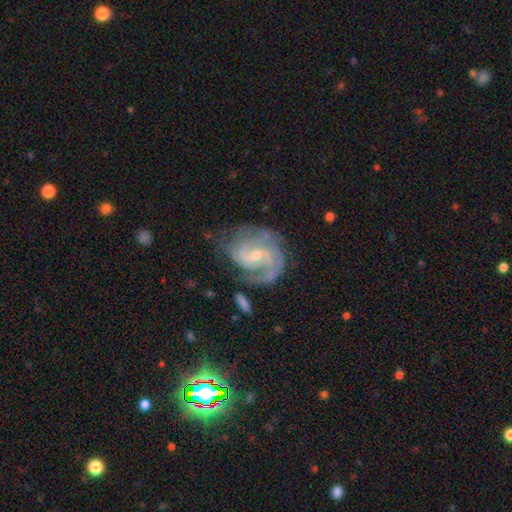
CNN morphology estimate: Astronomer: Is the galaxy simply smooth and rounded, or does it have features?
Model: featured or disk — 88%.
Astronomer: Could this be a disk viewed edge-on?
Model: no — 98%.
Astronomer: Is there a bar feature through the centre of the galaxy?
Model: weak — 50% (runner-up: no, 38%).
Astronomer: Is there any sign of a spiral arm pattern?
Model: yes — 96%.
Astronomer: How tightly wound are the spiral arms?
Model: tight — 48% (runner-up: medium, 41%).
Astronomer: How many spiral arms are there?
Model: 2 — 49%.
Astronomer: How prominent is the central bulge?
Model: small — 62%.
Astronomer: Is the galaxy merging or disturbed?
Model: none — 61%.